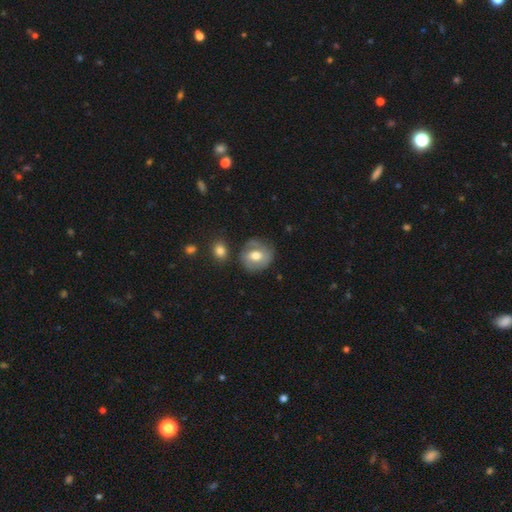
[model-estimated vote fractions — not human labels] smooth_or_featured: smooth (p=0.47) [alt: featured or disk p=0.45]
merging: none (p=0.66) [alt: minor disturbance p=0.21]